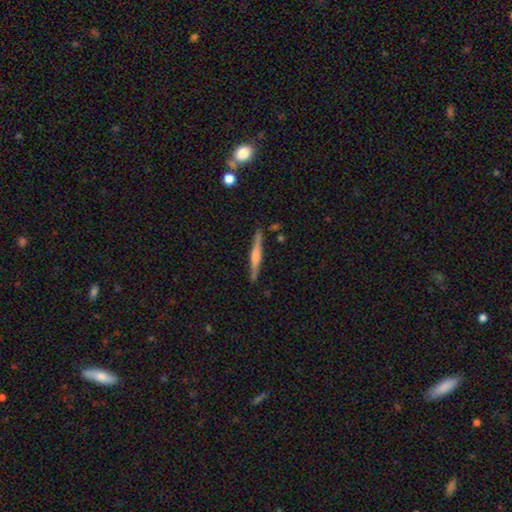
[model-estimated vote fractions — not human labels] This is possibly a featured or disk galaxy (53%). It is clearly viewed edge-on (97%). Edge-on bulge: possibly rounded (47%). Merging: clearly none (87%).